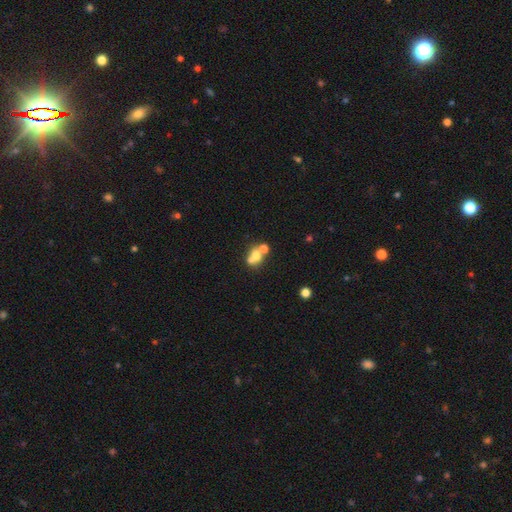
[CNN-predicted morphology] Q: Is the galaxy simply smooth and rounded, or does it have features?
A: smooth — 61%.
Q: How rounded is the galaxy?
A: round — 61%.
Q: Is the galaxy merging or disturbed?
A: merger — 56%.